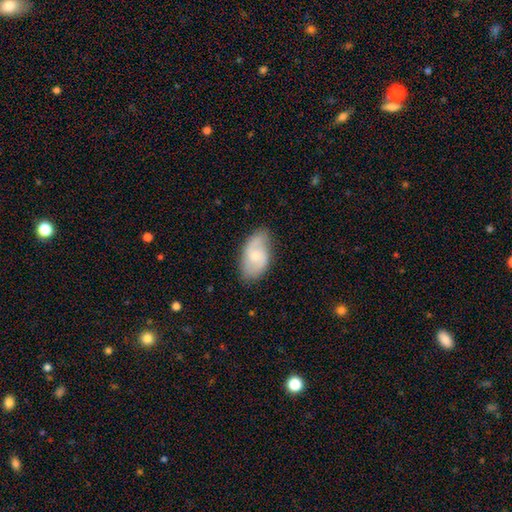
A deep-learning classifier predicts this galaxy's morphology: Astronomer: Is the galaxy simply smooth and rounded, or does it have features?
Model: featured or disk — 59% (runner-up: smooth, 35%).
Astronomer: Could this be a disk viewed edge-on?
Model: no — 95%.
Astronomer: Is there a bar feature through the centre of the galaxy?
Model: no — 57% (runner-up: weak, 38%).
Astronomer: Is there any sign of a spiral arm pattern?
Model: yes — 89%.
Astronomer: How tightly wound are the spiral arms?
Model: medium — 46% (runner-up: loose, 31%).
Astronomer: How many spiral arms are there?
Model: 2 — 80%.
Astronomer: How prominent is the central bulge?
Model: small — 52% (runner-up: moderate, 41%).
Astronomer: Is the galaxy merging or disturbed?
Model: none — 73%.